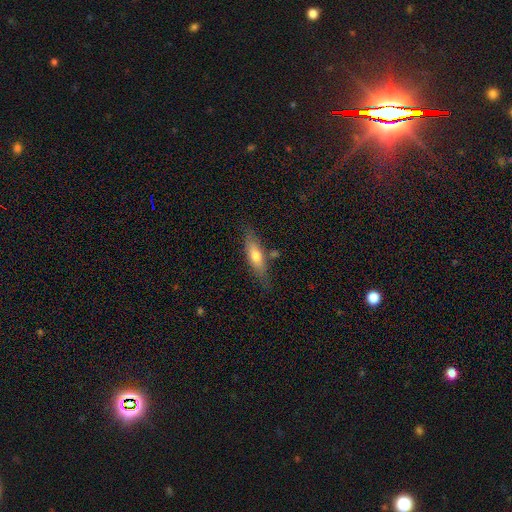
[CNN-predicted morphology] A smooth galaxy with no disk features (63%) that is cigar-shaped (51%).

Vote fractions:
- Smooth or featured? smooth: 63% / featured or disk: 31% / star or artifact: 6%
- How rounded? cigar-shaped: 51% / in between: 47% / round: 2%
- Merging? none: 72% / minor disturbance: 17% / merger: 7% / major disturbance: 4%